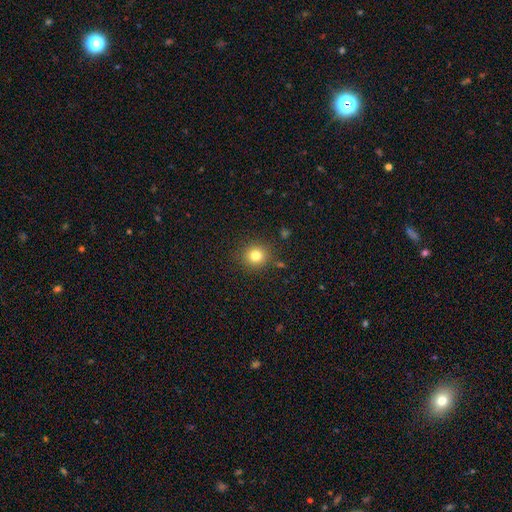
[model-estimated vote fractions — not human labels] Morphology: type=smooth (80%); roundness=round (91%); merging=none (87%).